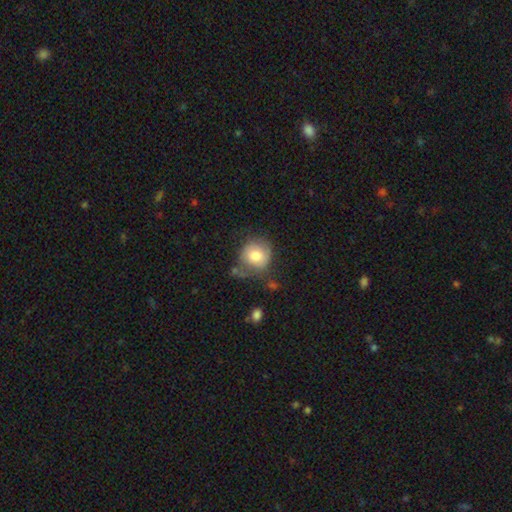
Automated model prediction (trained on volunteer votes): smooth_or_featured: smooth (p=0.77) [alt: featured or disk p=0.16]
how_rounded: round (p=0.84) [alt: in between p=0.15]
merging: none (p=0.56) [alt: minor disturbance p=0.26]